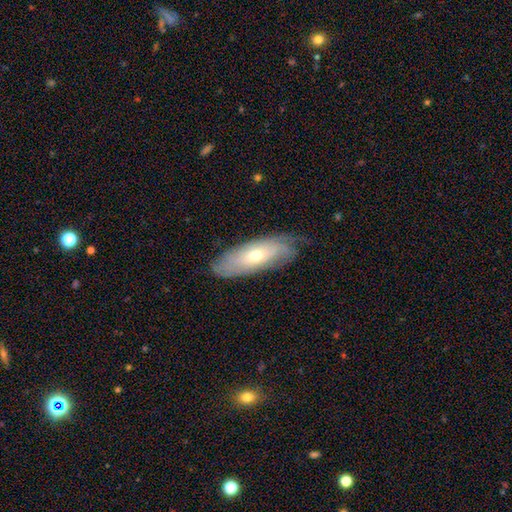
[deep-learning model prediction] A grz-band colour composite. It shows a featured or disk galaxy (51%). Merging: none (68%).